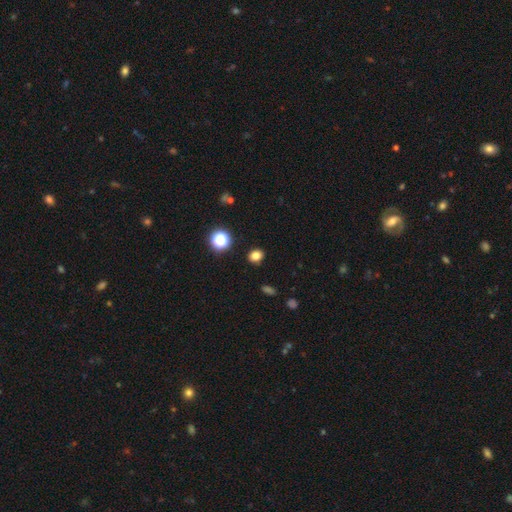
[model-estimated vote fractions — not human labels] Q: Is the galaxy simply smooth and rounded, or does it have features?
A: smooth — 80%.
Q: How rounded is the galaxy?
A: round — 68%.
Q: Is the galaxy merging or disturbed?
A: none — 89%.